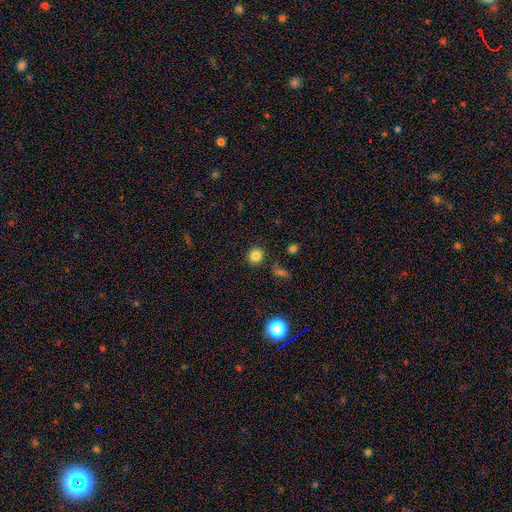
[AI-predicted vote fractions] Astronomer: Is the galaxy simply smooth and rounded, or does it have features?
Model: smooth — 83%.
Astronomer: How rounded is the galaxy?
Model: round — 88%.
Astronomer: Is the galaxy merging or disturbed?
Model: none — 88%.